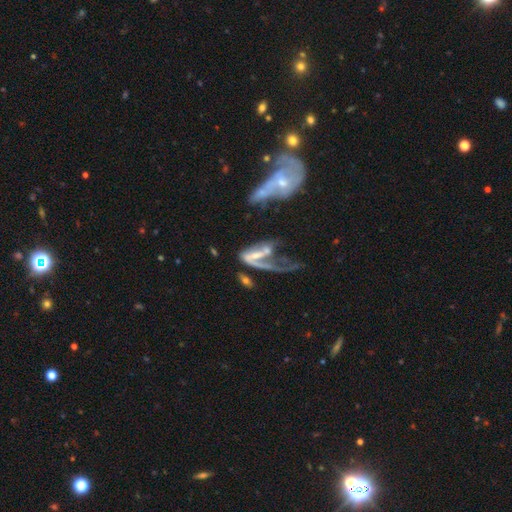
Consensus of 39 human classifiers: This is likely a featured or disk galaxy (72%). It is clearly not viewed edge-on (100%). Bar: possibly strong (46%). Spiral arm pattern: likely yes (64%). Spiral arm count: likely 1 (78%). Spiral winding: possibly loose (50%). Central bulge: marginally small (39%). Merging: possibly major disturbance (53%).